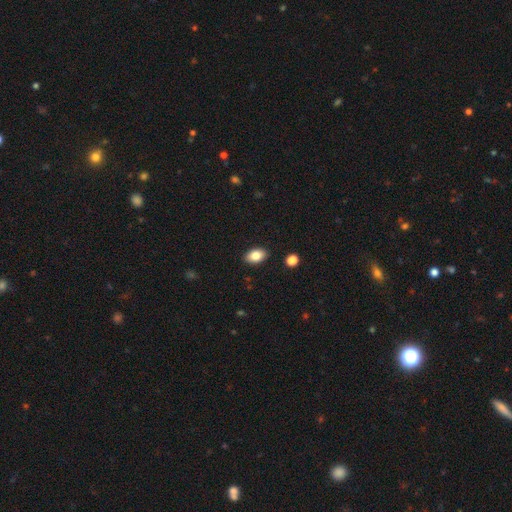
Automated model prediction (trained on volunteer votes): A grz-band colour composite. It shows a smooth galaxy with no disk features (84%) that is in between round and cigar-shaped (90%). Merging: none (88%).